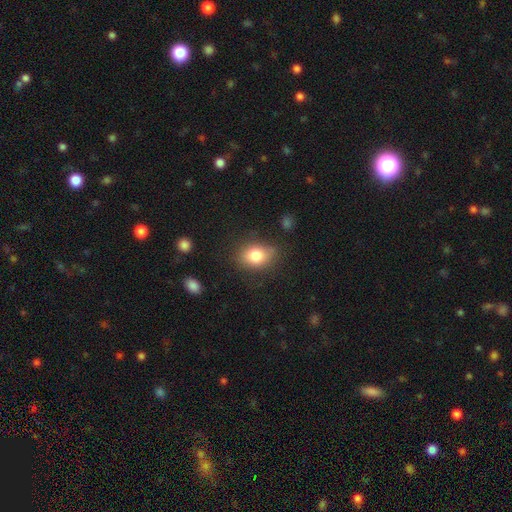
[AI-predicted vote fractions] smooth-or-featured: smooth: 80% | featured or disk: 11% | star or artifact: 9%
  how-rounded: in between: 66% | round: 33% | cigar-shaped: 1%
  merging: none: 75% | minor disturbance: 18% | major disturbance: 5% | merger: 2%